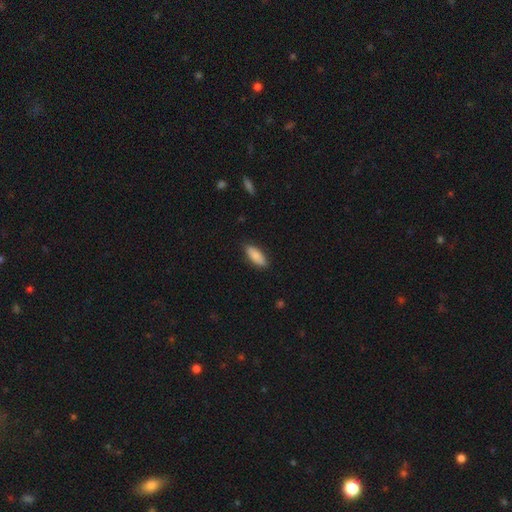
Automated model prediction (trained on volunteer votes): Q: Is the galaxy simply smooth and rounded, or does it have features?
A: smooth — 85%.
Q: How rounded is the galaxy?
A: in between — 82%.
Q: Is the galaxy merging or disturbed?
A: none — 85%.